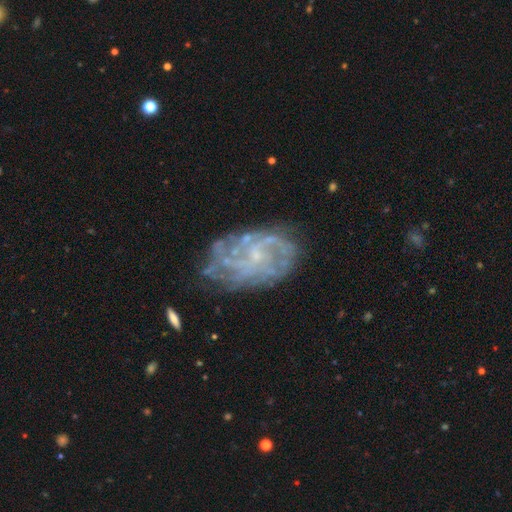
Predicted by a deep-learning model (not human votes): Q: Smooth or featured?
A: featured or disk (80%); runner-up: smooth (11%)
Q: Edge-on disk?
A: no (97%); runner-up: yes (3%)
Q: Bar?
A: no (67%); runner-up: weak (28%)
Q: Spiral arms?
A: yes (82%); runner-up: no (18%)
Q: Spiral winding?
A: tight (48%); runner-up: medium (35%)
Q: Spiral arm count?
A: can't tell (46%); runner-up: 4 (16%)
Q: Bulge size?
A: small (68%); runner-up: none (19%)
Q: Merging?
A: none (66%); runner-up: minor disturbance (20%)